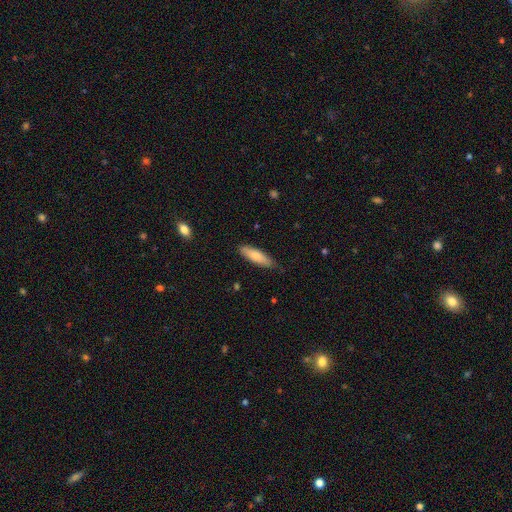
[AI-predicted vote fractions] This appears to be a smooth galaxy with no disk features (77%) that is cigar-shaped (55%). Merging: none (79%).